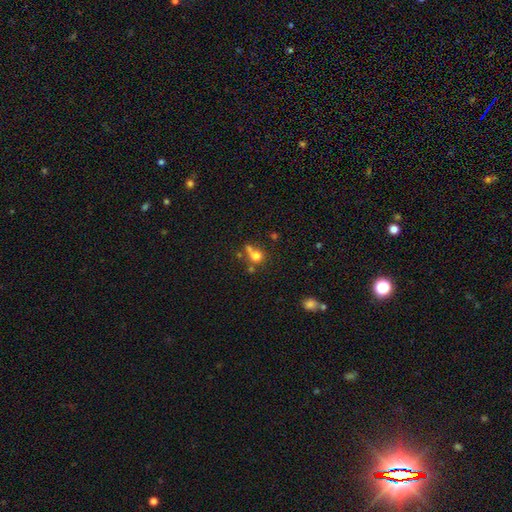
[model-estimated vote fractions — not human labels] Smooth or featured: smooth — 73% (star or artifact — 14%)
How rounded: round — 80% (in between — 19%)
Merging: none — 43% (merger — 35%)